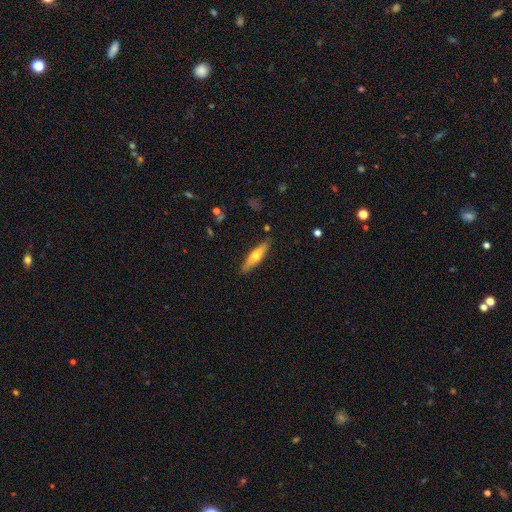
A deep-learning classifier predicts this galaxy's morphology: Smooth or featured? Predicted: smooth (p=0.51). How rounded? Predicted: cigar-shaped (p=0.73). Merging? Predicted: none (p=0.87).